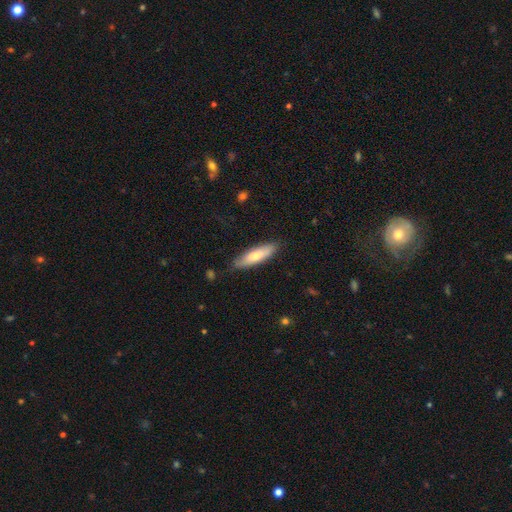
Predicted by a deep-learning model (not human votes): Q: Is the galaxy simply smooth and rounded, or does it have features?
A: smooth — 70%.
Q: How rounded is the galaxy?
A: cigar-shaped — 59%.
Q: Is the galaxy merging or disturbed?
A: none — 83%.